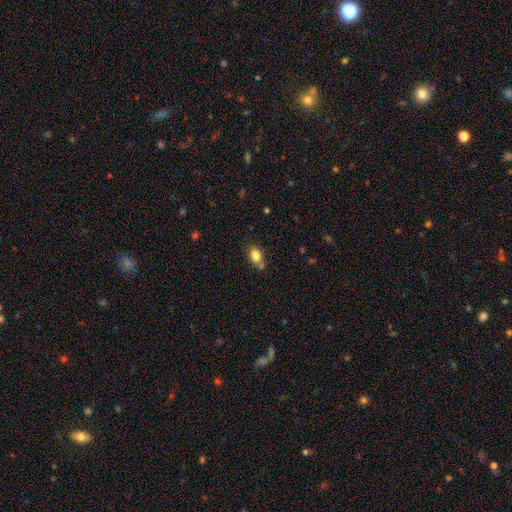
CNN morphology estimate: This is clearly a smooth galaxy (82%). How rounded: likely in between (64%). Merging: likely none (61%).